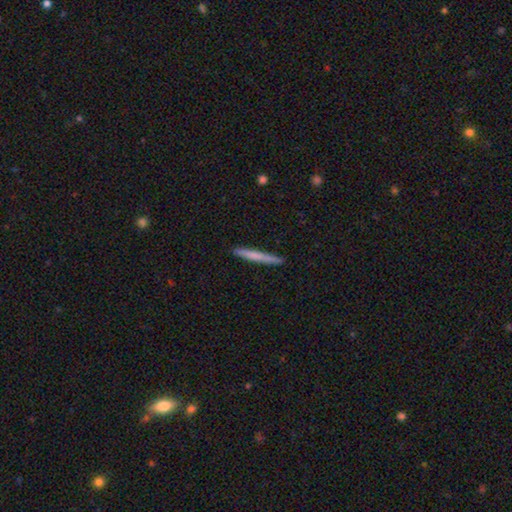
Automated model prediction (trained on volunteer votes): This is likely a smooth galaxy (65%). How rounded: clearly cigar-shaped (97%). Merging: clearly none (91%).